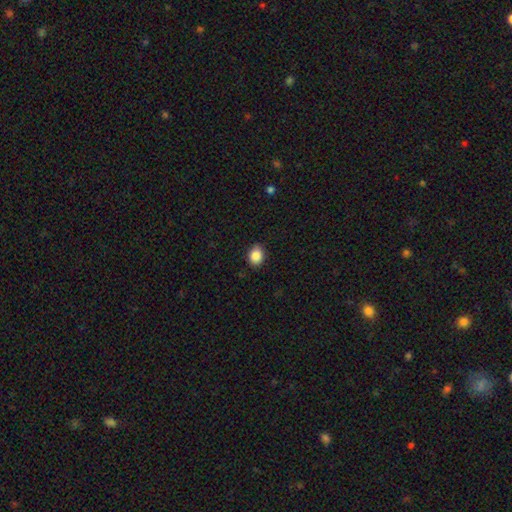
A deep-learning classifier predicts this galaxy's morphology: The model was most divided on "how rounded": in between: 50%, round: 49%, cigar-shaped: 1%. More confident: smooth or featured — smooth (86%); merging — none (85%).